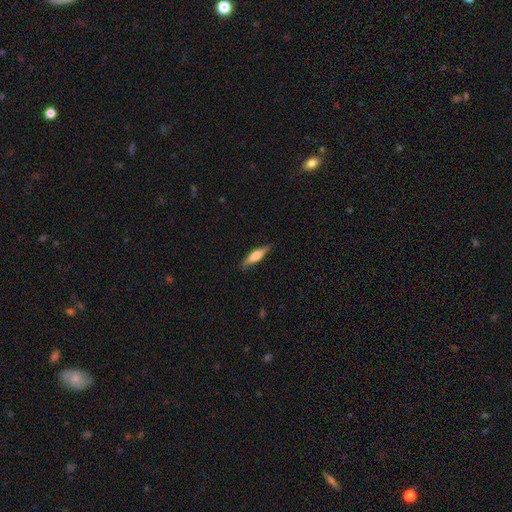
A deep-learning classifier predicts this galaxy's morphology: A smooth galaxy with no disk features (48%).

Vote fractions:
- Smooth or featured? smooth: 48% / featured or disk: 46% / star or artifact: 6%
- Merging? none: 84% / minor disturbance: 13% / major disturbance: 2% / merger: 1%